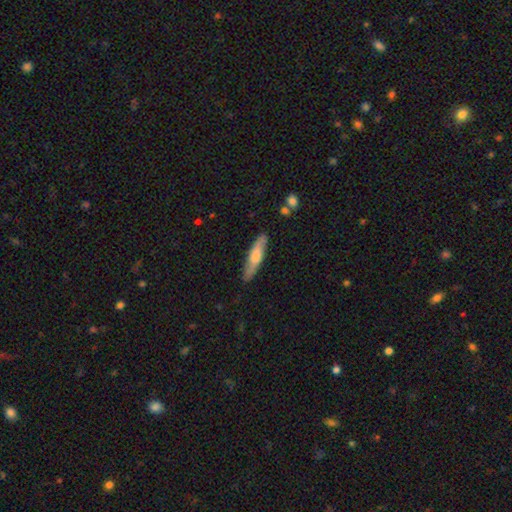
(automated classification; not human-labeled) Smooth or featured? smooth (56%)
How rounded? cigar-shaped (80%)
Merging? none (85%)